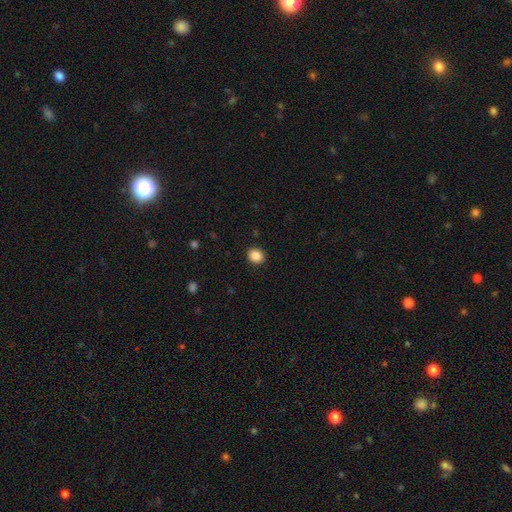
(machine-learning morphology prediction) type=smooth (88%); roundness=round (69%); merging=none (91%).